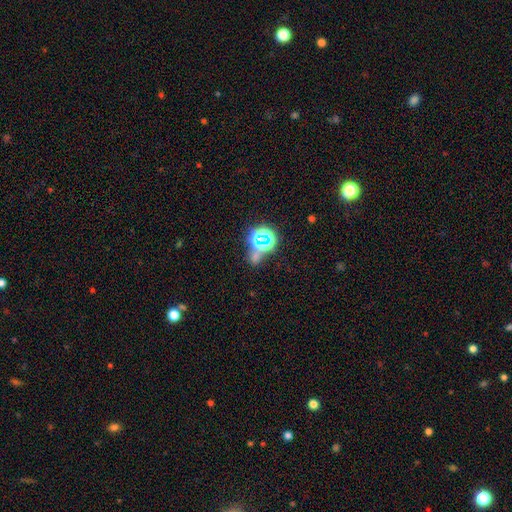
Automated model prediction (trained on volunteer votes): Smooth or featured: star or artifact — 61% (smooth — 30%)